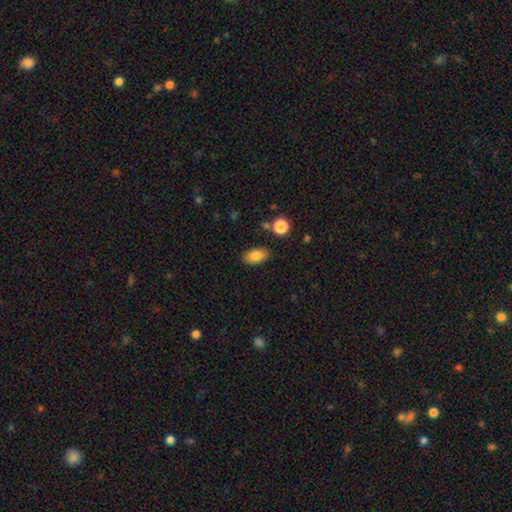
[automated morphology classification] Smooth or featured? Predicted: smooth (p=0.84). How rounded? Predicted: in between (p=0.92). Merging? Predicted: none (p=0.85).